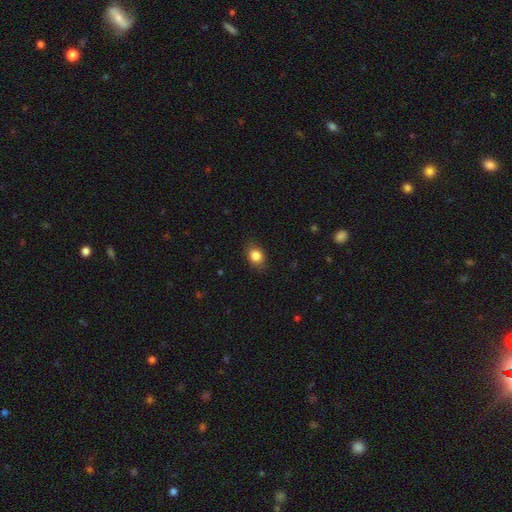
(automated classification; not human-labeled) This is clearly a smooth galaxy (84%). How rounded: possibly in between (59%). Merging: clearly none (84%).